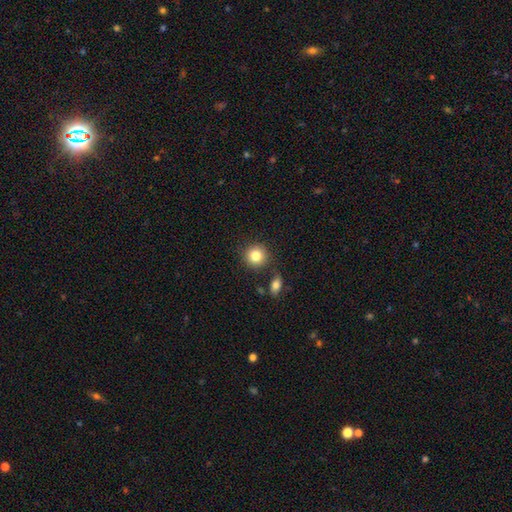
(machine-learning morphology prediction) type=smooth (84%); roundness=round (91%); merging=none (84%).